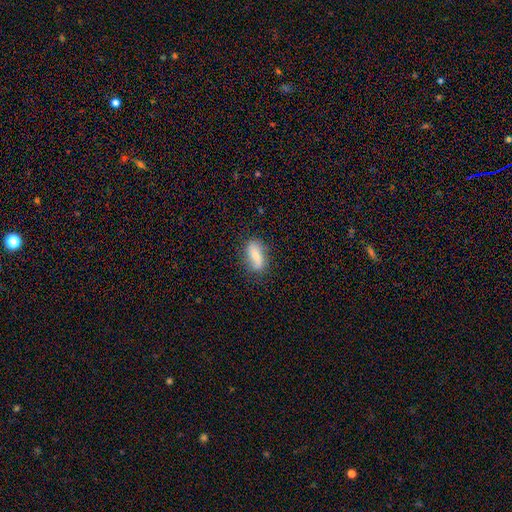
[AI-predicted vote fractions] smooth_or_featured: smooth (p=0.61) [alt: featured or disk p=0.32]
how_rounded: in between (p=0.80) [alt: cigar-shaped p=0.15]
merging: none (p=0.79) [alt: minor disturbance p=0.16]